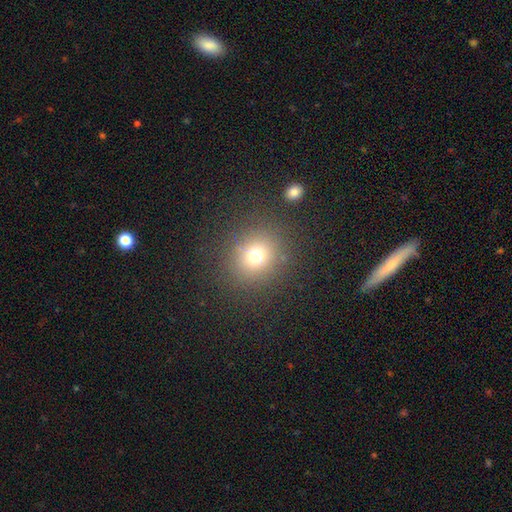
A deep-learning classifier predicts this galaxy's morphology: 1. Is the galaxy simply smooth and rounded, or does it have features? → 72% smooth, 18% star or artifact, 9% featured or disk.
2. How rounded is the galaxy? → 85% round, 14% in between, 1% cigar-shaped.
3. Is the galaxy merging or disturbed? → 86% none, 8% minor disturbance, 4% major disturbance, 2% merger.